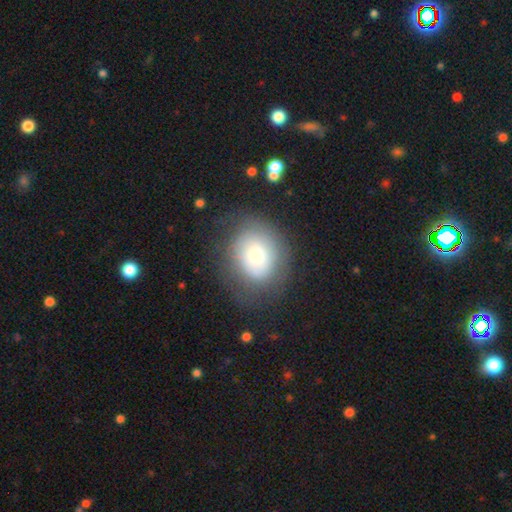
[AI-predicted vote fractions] A smooth galaxy with no disk features (66%) that is round (62%). Merging: none (66%).